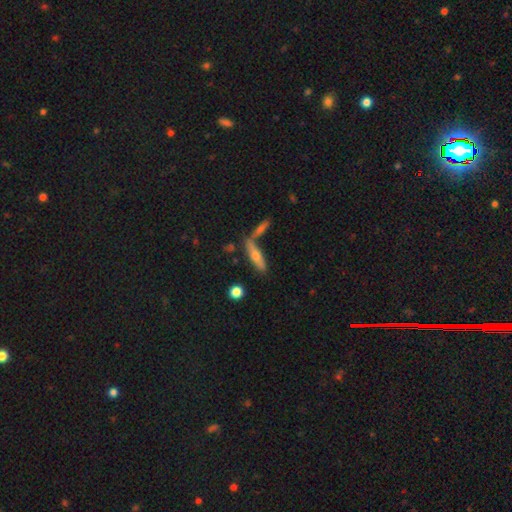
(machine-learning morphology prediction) Q: Smooth or featured?
A: smooth (51%); runner-up: featured or disk (41%)
Q: How rounded?
A: cigar-shaped (66%); runner-up: in between (31%)
Q: Merging?
A: none (56%); runner-up: merger (25%)